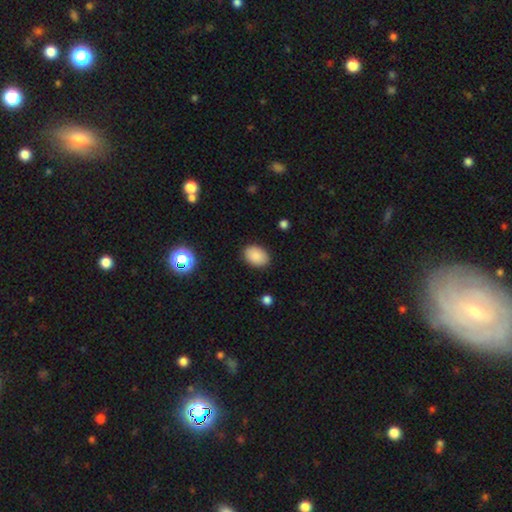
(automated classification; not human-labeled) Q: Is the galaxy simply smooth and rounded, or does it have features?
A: smooth — 87%.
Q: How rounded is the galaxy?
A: in between — 78%.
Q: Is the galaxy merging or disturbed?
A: none — 88%.